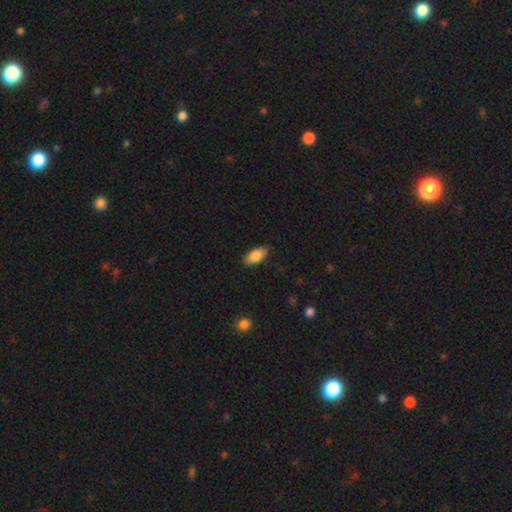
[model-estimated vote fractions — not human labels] smooth-or-featured: smooth: 85% | featured or disk: 8% | star or artifact: 7%
  how-rounded: in between: 91% | cigar-shaped: 6% | round: 3%
  merging: none: 85% | minor disturbance: 11% | major disturbance: 2% | merger: 1%